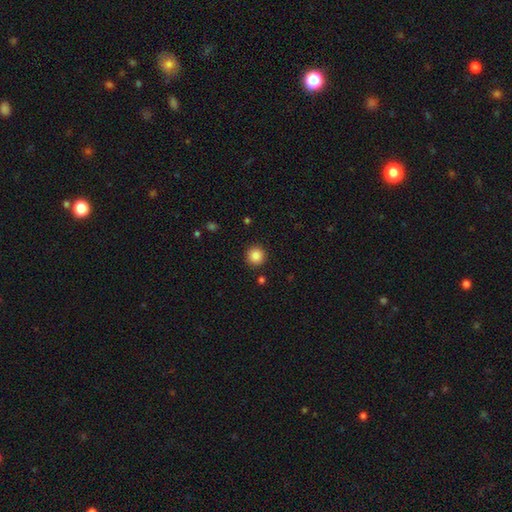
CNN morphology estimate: Q: Smooth or featured?
A: smooth (87%); runner-up: star or artifact (10%)
Q: How rounded?
A: round (95%); runner-up: in between (4%)
Q: Merging?
A: none (91%); runner-up: minor disturbance (5%)